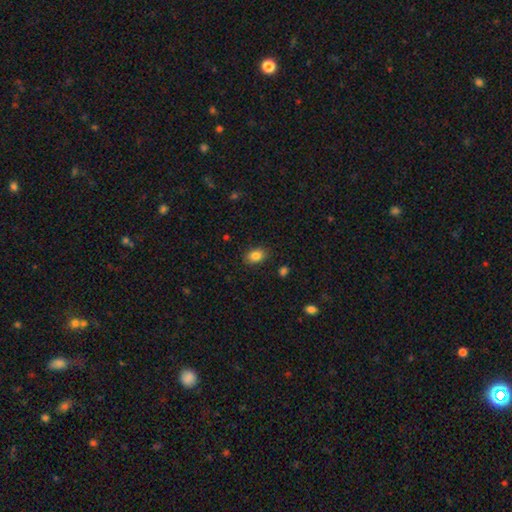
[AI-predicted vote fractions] Smooth or featured: smooth — 84% (star or artifact — 9%)
How rounded: in between — 81% (round — 18%)
Merging: none — 86% (minor disturbance — 10%)